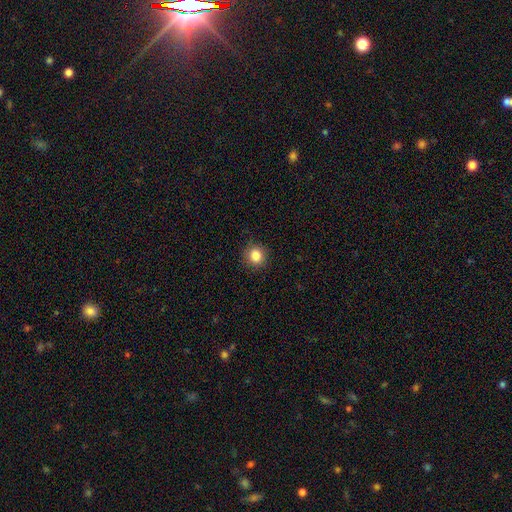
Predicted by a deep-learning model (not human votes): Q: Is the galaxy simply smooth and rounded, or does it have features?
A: smooth — 84%.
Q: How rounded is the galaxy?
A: round — 90%.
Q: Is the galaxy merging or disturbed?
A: none — 90%.